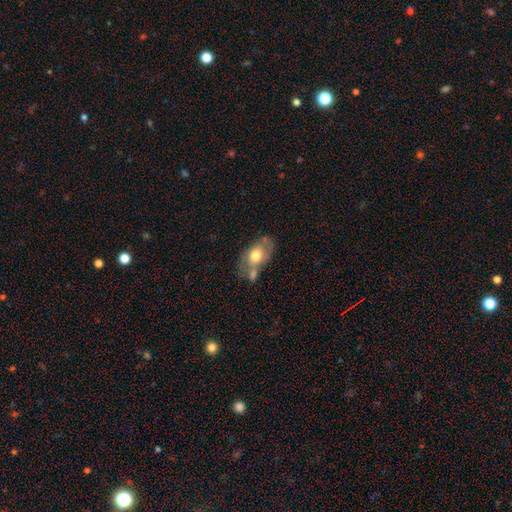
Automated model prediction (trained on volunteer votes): smooth 62%, featured or disk 31%, star or artifact 7%. Down the decision tree: how rounded — in between (87%); merging — none (43%).